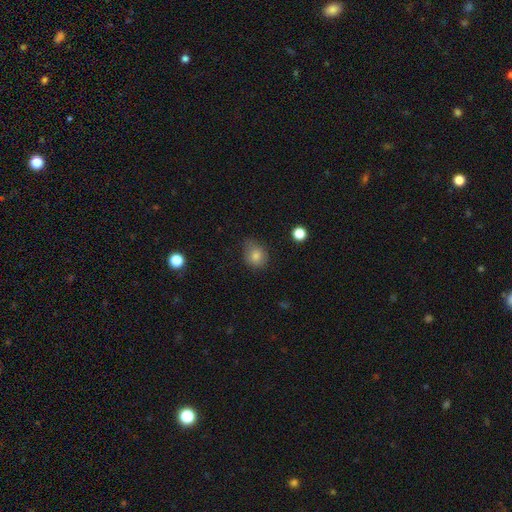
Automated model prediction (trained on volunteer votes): Smooth or featured? smooth (80%)
How rounded? round (61%)
Merging? none (63%)